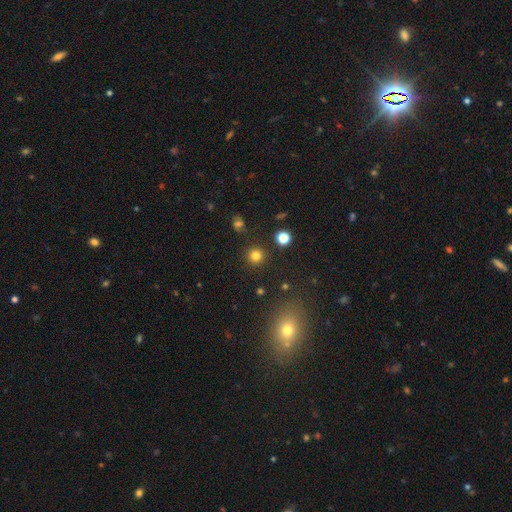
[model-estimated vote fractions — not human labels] A smooth galaxy with no disk features (80%) that is round (94%). Merging: none (90%).